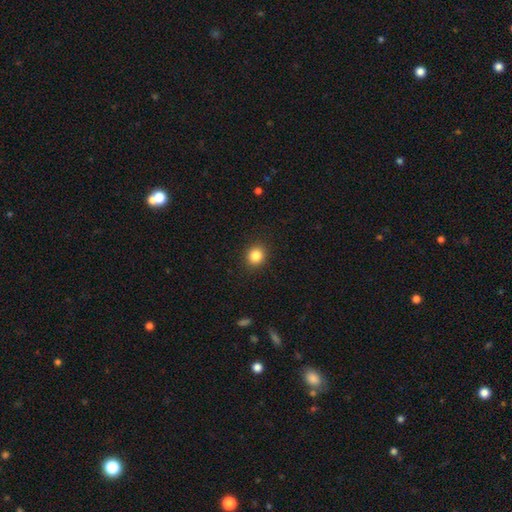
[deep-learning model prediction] Overall: smooth (84%). How rounded: round (83%). Merging: none (91%).